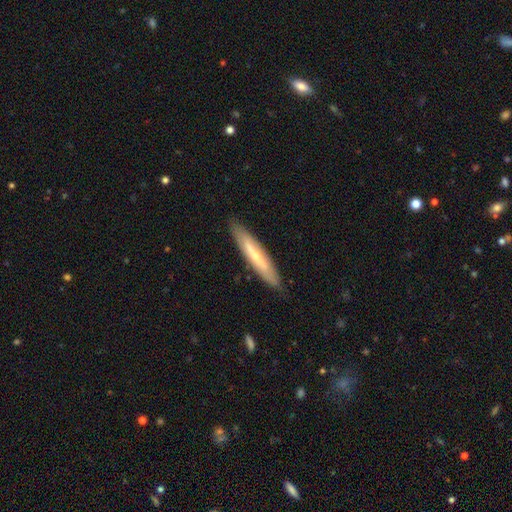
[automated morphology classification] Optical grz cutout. It shows a smooth galaxy with no disk features (48%). Merging: none (87%).